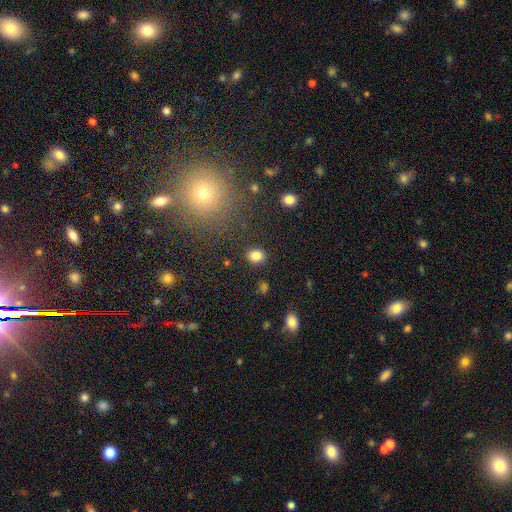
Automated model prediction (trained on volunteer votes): A smooth galaxy with no disk features (83%) that is round (60%).

Vote fractions:
- Smooth or featured? smooth: 83% / star or artifact: 11% / featured or disk: 5%
- How rounded? round: 60% / in between: 39% / cigar-shaped: 1%
- Merging? none: 88% / minor disturbance: 7% / major disturbance: 3% / merger: 2%